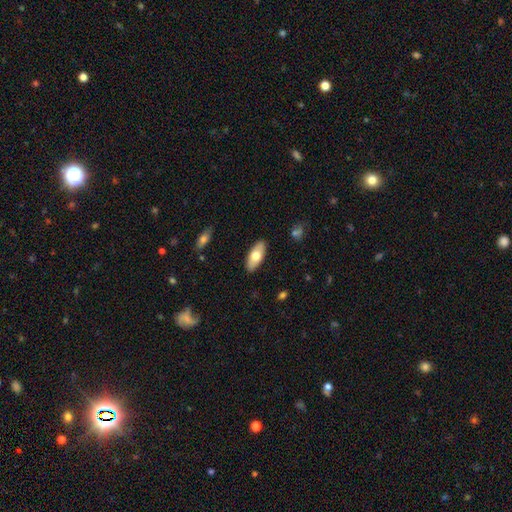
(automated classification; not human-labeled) The model was most divided on "smooth or featured": smooth: 69%, featured or disk: 25%, star or artifact: 5%. More confident: merging — none (89%); how rounded — in between (85%).